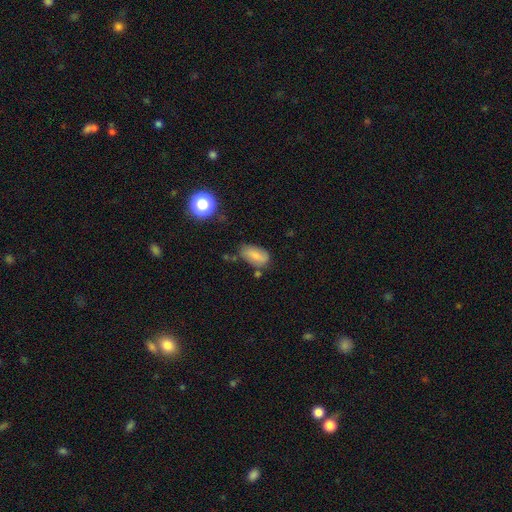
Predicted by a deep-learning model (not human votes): Smooth or featured? Predicted: smooth (p=0.76). How rounded? Predicted: in between (p=0.90). Merging? Predicted: none (p=0.59).